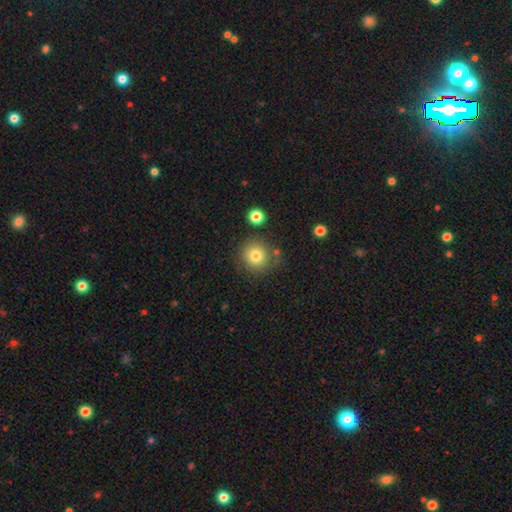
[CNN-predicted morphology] Q: Smooth or featured?
A: smooth (79%); runner-up: star or artifact (11%)
Q: How rounded?
A: round (91%); runner-up: in between (8%)
Q: Merging?
A: none (77%); runner-up: minor disturbance (12%)